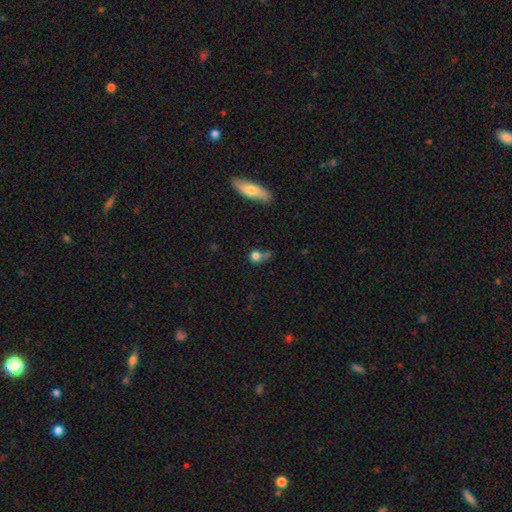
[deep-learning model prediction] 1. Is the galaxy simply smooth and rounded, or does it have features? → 79% smooth, 11% star or artifact, 10% featured or disk.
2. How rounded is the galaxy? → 77% round, 20% in between, 3% cigar-shaped.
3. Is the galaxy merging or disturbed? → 47% none, 24% merger, 18% minor disturbance, 11% major disturbance.